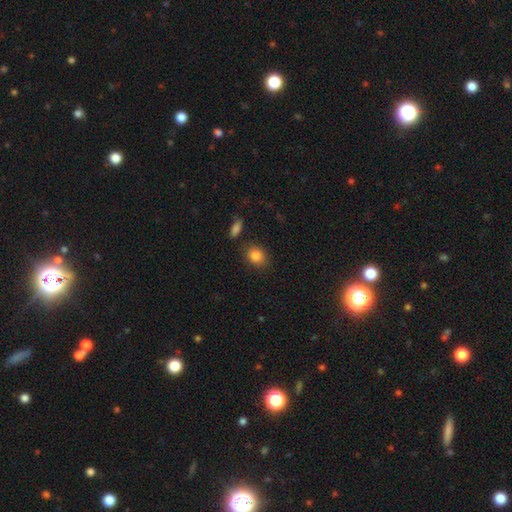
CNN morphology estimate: Smooth or featured: smooth — 86% (star or artifact — 9%)
How rounded: round — 50% (in between — 49%)
Merging: none — 80% (minor disturbance — 12%)